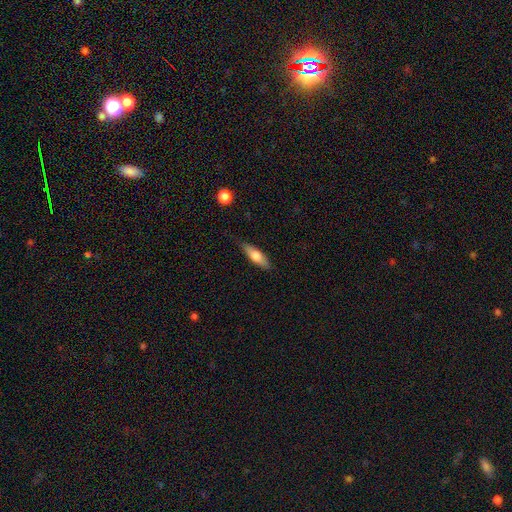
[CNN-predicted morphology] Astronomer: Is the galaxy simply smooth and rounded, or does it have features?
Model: smooth — 63%.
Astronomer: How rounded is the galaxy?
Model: cigar-shaped — 53% (runner-up: in between, 45%).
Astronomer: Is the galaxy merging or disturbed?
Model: none — 85%.